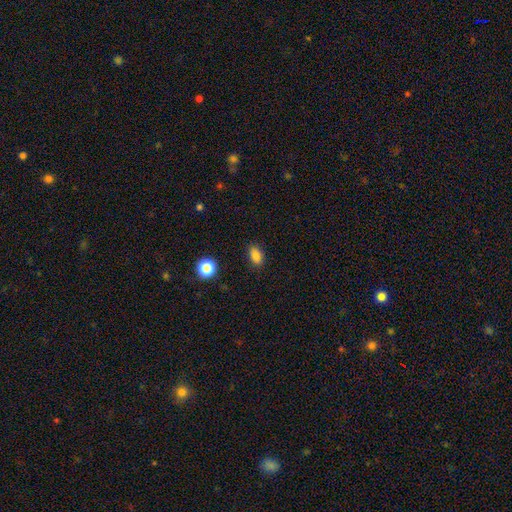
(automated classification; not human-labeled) A smooth galaxy with no disk features (83%) that is in between round and cigar-shaped (85%). Merging: none (86%).